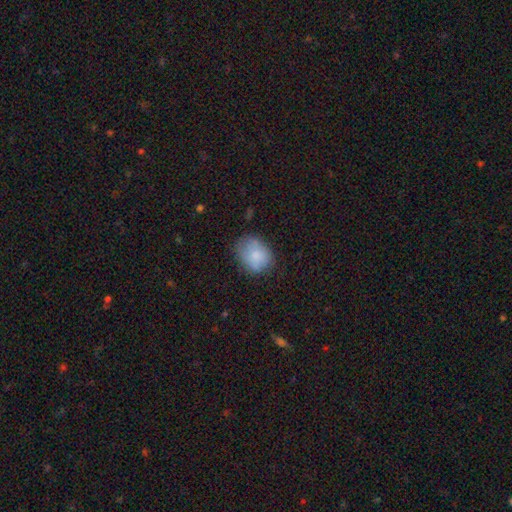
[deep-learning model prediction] A smooth galaxy with no disk features (81%) that is in between round and cigar-shaped (51%). Merging: none (62%).